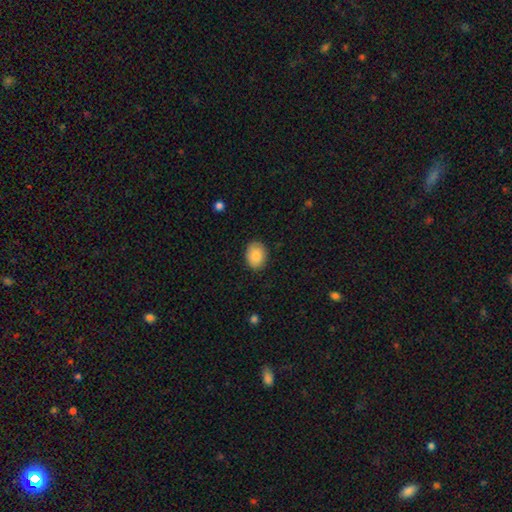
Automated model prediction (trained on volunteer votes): Morphology: type=smooth (86%); roundness=in between (61%); merging=none (87%).